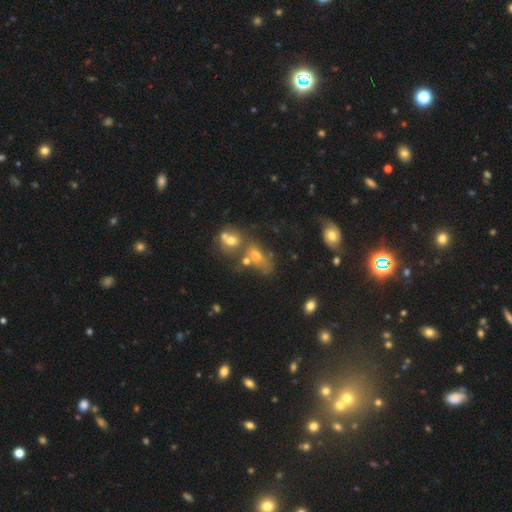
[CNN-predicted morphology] This appears to be a smooth galaxy with no disk features (54%) that is in between round and cigar-shaped (69%). Merging: merger (44%).